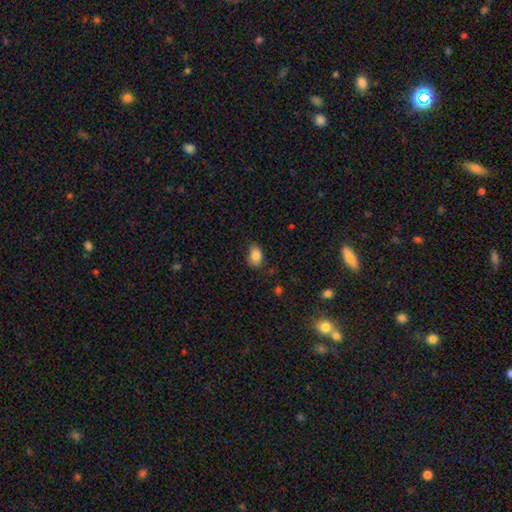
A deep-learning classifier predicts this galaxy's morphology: A smooth galaxy with no disk features (85%) that is in between round and cigar-shaped (80%). Merging: none (71%).